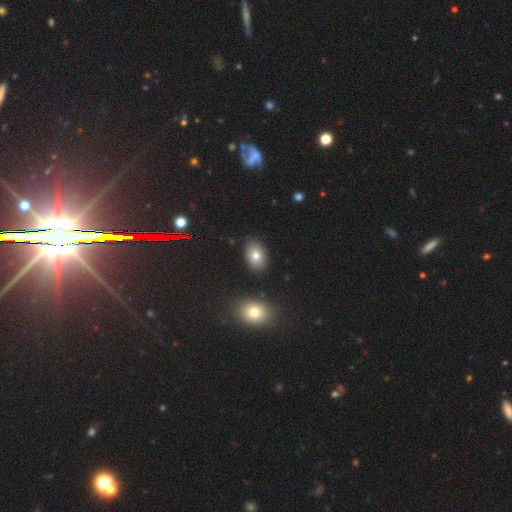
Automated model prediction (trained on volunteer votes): smooth_or_featured: smooth (p=0.78) [alt: featured or disk p=0.12]
how_rounded: in between (p=0.87) [alt: round p=0.12]
merging: none (p=0.86) [alt: minor disturbance p=0.08]